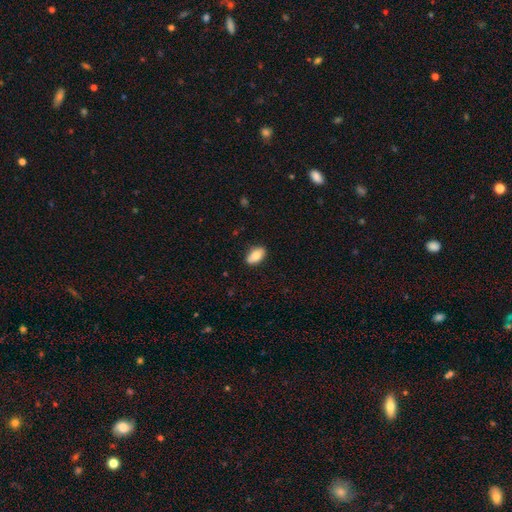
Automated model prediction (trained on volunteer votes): smooth_or_featured: smooth (p=0.82) [alt: featured or disk p=0.11]
how_rounded: in between (p=0.92) [alt: round p=0.06]
merging: none (p=0.82) [alt: minor disturbance p=0.14]